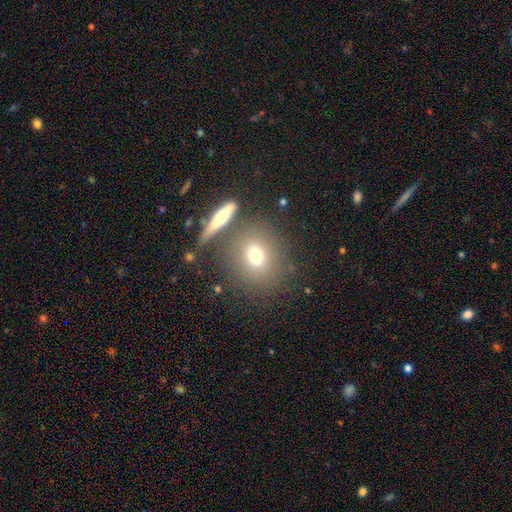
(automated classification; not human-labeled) smooth_or_featured: smooth (p=0.69) [alt: featured or disk p=0.17]
how_rounded: round (p=0.70) [alt: in between p=0.27]
merging: none (p=0.73) [alt: merger p=0.12]